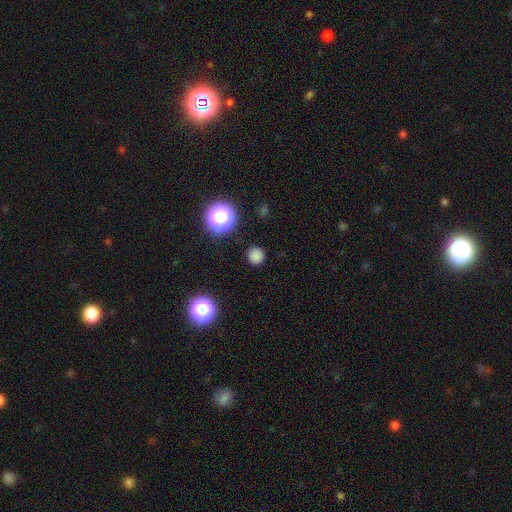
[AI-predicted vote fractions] Smooth or featured? Predicted: smooth (p=0.78). How rounded? Predicted: round (p=0.95). Merging? Predicted: none (p=0.89).